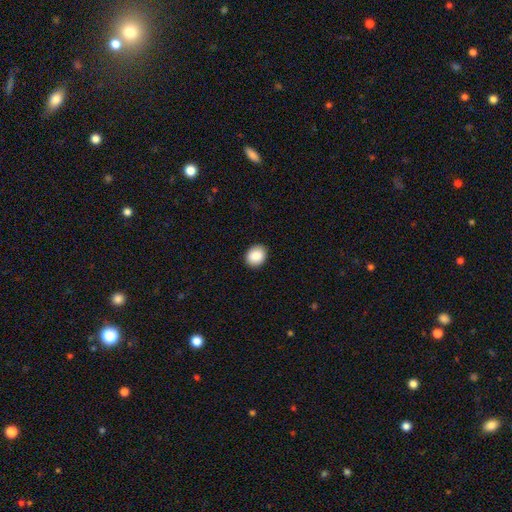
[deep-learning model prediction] The model was most divided on "how rounded": round: 57%, in between: 42%, cigar-shaped: 1%. More confident: merging — none (91%); smooth or featured — smooth (88%).